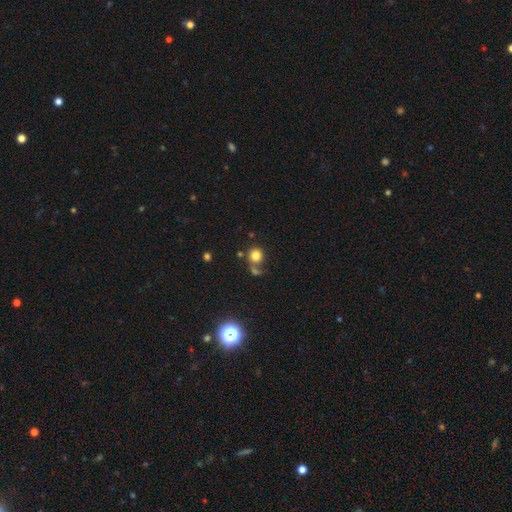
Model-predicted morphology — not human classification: Smooth or featured? smooth (79%)
How rounded? round (84%)
Merging? none (58%)